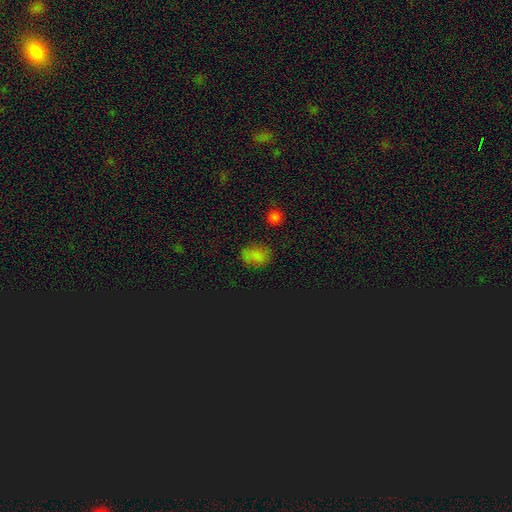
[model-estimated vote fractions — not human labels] A smooth galaxy with no disk features (67%) that is in between round and cigar-shaped (60%).

Vote fractions:
- Smooth or featured? smooth: 67% / star or artifact: 25% / featured or disk: 8%
- How rounded? in between: 60% / round: 38% / cigar-shaped: 2%
- Merging? none: 73% / minor disturbance: 18% / major disturbance: 6% / merger: 3%